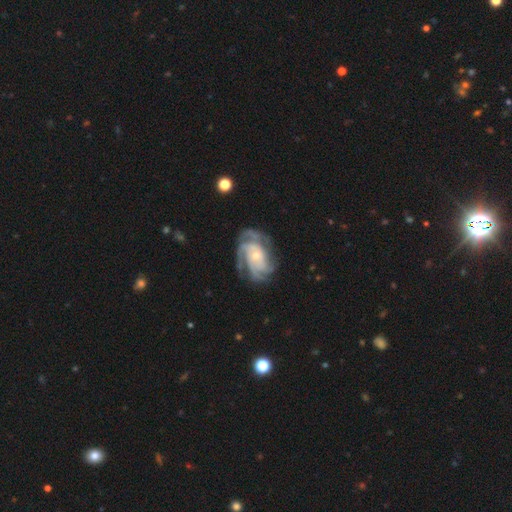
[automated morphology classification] smooth_or_featured: featured or disk (p=0.88) [alt: smooth p=0.06]
disk_edge_on: no (p=0.97) [alt: yes p=0.03]
bar: no (p=0.70) [alt: weak p=0.23]
has_spiral_arms: yes (p=0.97) [alt: no p=0.03]
spiral_winding: tight (p=0.58) [alt: medium p=0.34]
spiral_arm_count: 4 (p=0.30) [alt: 3 p=0.27]
bulge_size: small (p=0.67) [alt: moderate p=0.28]
merging: none (p=0.69) [alt: minor disturbance p=0.19]